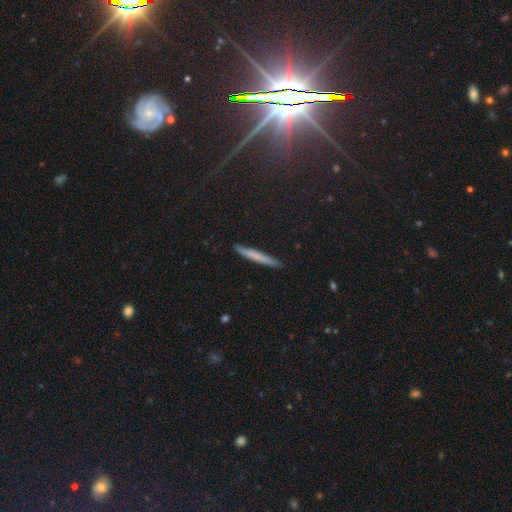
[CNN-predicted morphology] smooth_or_featured: smooth (p=0.63) [alt: featured or disk p=0.29]
how_rounded: cigar-shaped (p=0.96) [alt: in between p=0.02]
merging: none (p=0.89) [alt: minor disturbance p=0.08]